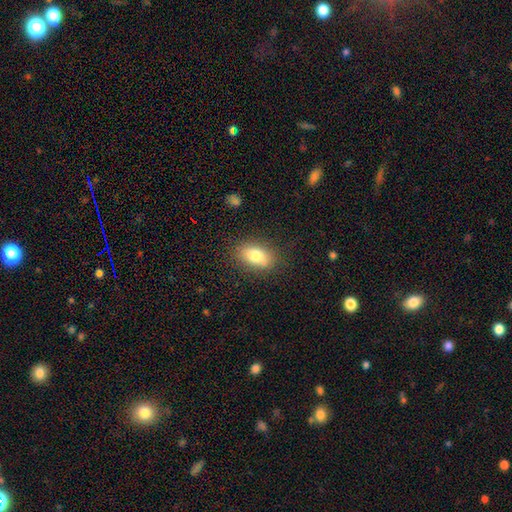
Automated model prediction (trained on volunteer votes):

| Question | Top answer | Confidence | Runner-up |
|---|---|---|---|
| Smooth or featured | smooth | 79% | featured or disk (13%) |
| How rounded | in between | 86% | round (12%) |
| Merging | none | 82% | minor disturbance (13%) |